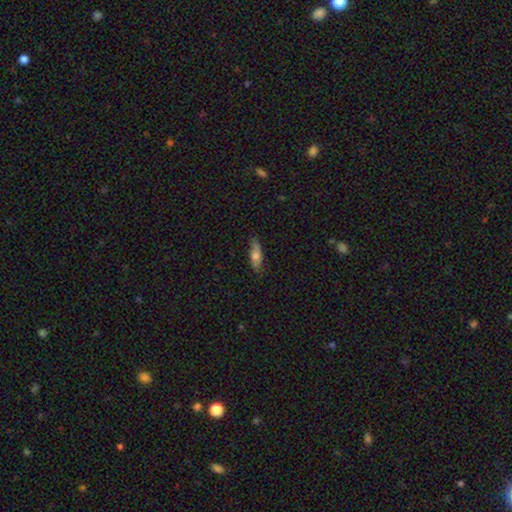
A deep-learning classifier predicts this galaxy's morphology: This is likely a smooth galaxy (69%). How rounded: possibly in between (51%). Merging: likely none (69%).